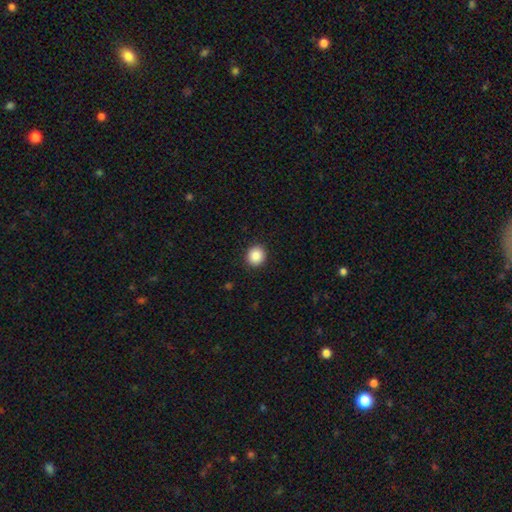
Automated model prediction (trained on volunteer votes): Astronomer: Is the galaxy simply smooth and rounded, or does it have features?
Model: smooth — 88%.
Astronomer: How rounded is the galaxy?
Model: round — 89%.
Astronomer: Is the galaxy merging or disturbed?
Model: none — 92%.